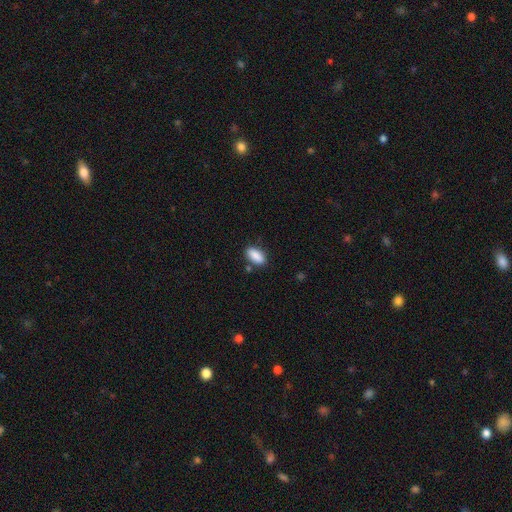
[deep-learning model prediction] A smooth galaxy with no disk features (89%) that is in between round and cigar-shaped (89%).

Vote fractions:
- Smooth or featured? smooth: 89% / star or artifact: 7% / featured or disk: 4%
- How rounded? in between: 89% / cigar-shaped: 8% / round: 3%
- Merging? none: 82% / minor disturbance: 12% / merger: 4% / major disturbance: 3%